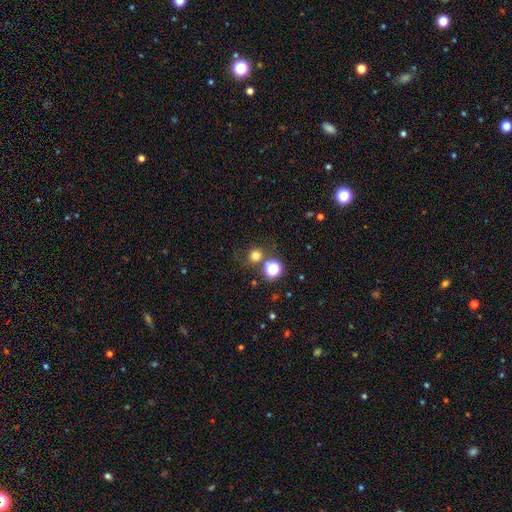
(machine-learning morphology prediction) This is likely a smooth galaxy (71%). How rounded: clearly round (90%). Merging: likely none (72%).